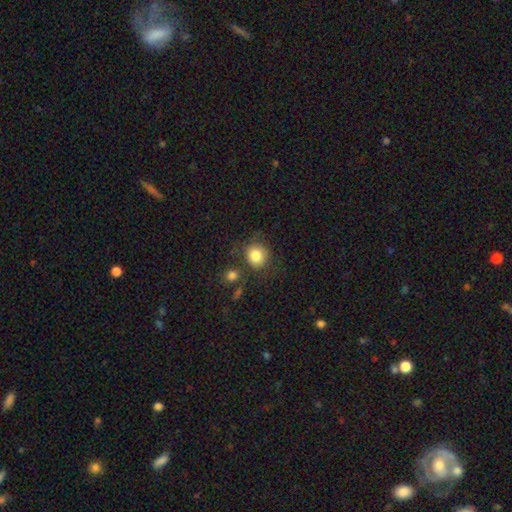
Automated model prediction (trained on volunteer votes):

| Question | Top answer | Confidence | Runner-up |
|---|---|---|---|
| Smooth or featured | smooth | 83% | star or artifact (9%) |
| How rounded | round | 81% | in between (18%) |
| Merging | none | 67% | minor disturbance (16%) |